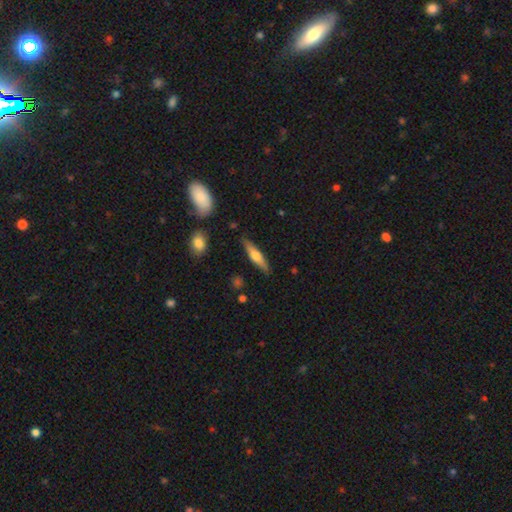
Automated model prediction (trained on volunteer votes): Morphology: type=featured or disk (48%); merging=none (86%).